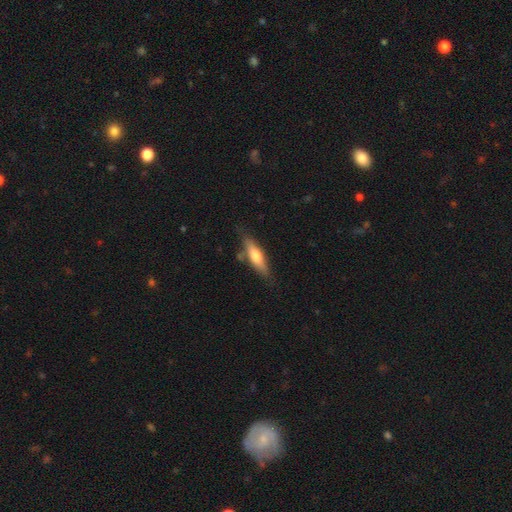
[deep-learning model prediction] smooth-or-featured: smooth: 55% | featured or disk: 39% | star or artifact: 6%
  how-rounded: cigar-shaped: 64% | in between: 34% | round: 2%
  merging: none: 73% | minor disturbance: 18% | merger: 5% | major disturbance: 4%